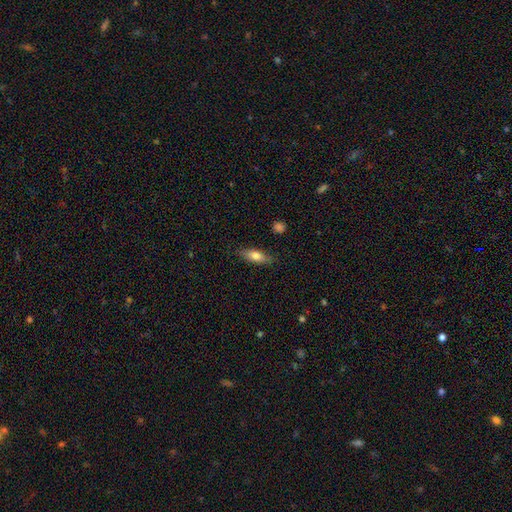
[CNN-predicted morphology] This is likely a smooth galaxy (73%). How rounded: likely in between (63%). Merging: clearly none (82%).